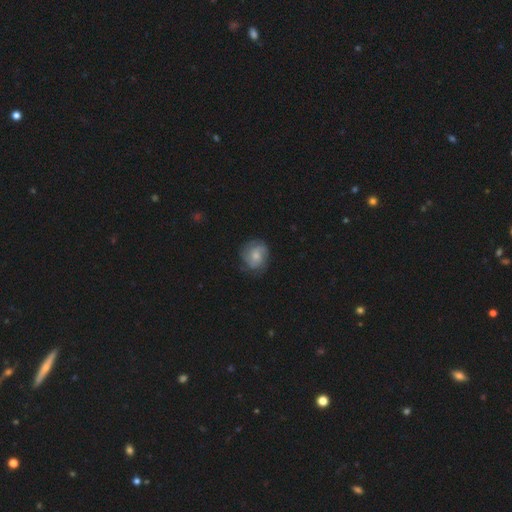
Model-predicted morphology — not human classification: Smooth or featured? Predicted: featured or disk (p=0.60). Edge-on disk? Predicted: no (p=0.98). Bar? Predicted: no (p=0.70). Spiral arms? Predicted: yes (p=0.89). Spiral winding? Predicted: tight (p=0.50). Spiral arm count? Predicted: 2 (p=0.36). Bulge size? Predicted: small (p=0.48). Merging? Predicted: none (p=0.73).